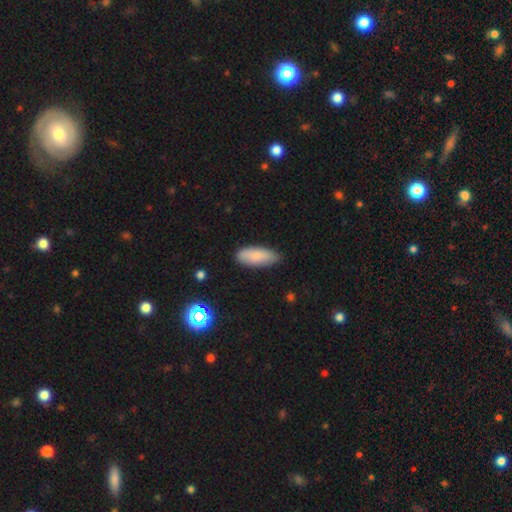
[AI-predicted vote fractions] Smooth or featured? smooth (81%)
How rounded? in between (77%)
Merging? none (78%)